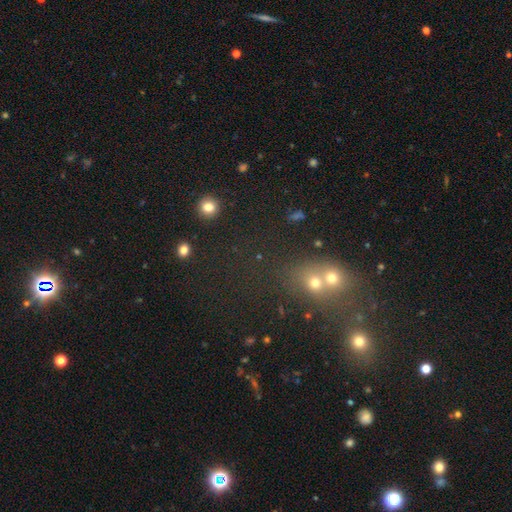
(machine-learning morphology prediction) This appears to be a star or artifact, not a galaxy (44%).